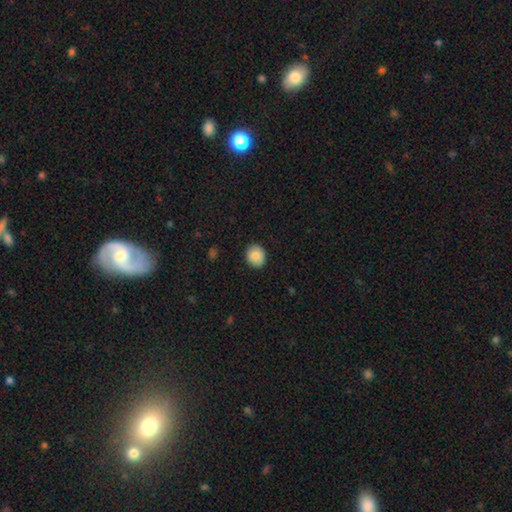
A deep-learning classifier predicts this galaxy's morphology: Smooth or featured: smooth — 86% (star or artifact — 8%)
How rounded: round — 73% (in between — 26%)
Merging: none — 88% (minor disturbance — 9%)